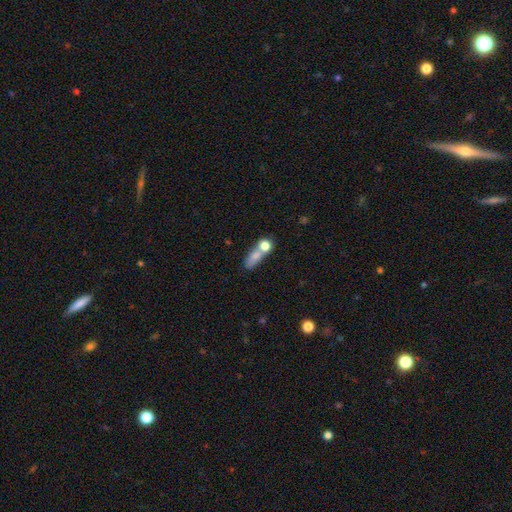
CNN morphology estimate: Smooth or featured: smooth — 72% (featured or disk — 18%)
How rounded: in between — 48% (round — 31%)
Merging: merger — 54% (none — 28%)